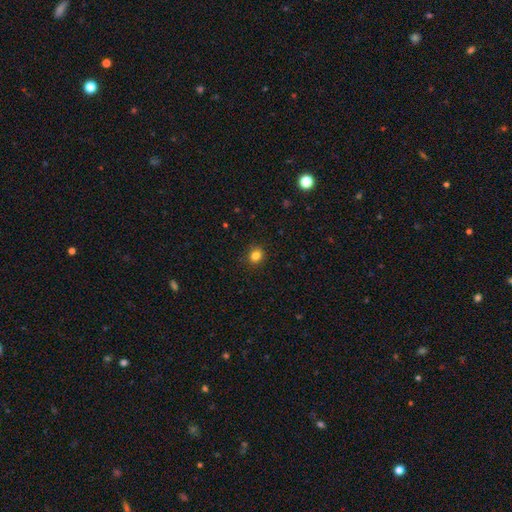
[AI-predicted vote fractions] Morphology: type=smooth (84%); roundness=round (74%); merging=none (88%).